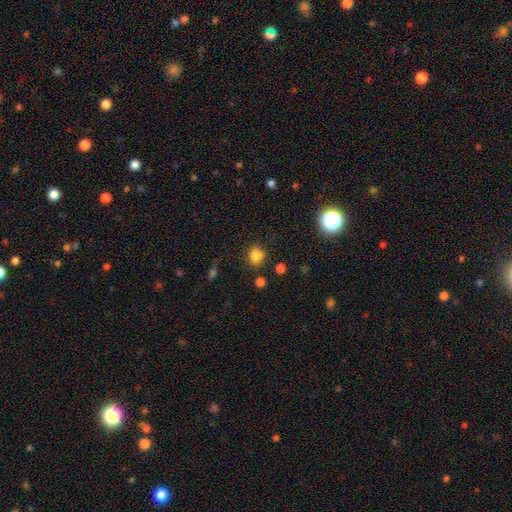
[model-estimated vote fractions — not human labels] Smooth or featured: smooth — 78% (star or artifact — 16%)
How rounded: round — 65% (in between — 33%)
Merging: none — 70% (minor disturbance — 18%)